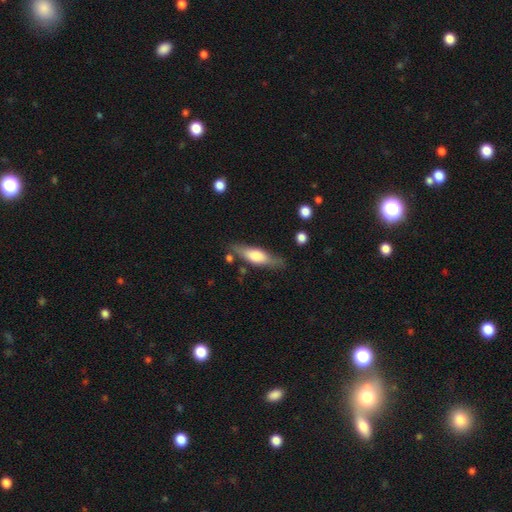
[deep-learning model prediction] This is possibly a smooth galaxy (52%). How rounded: possibly cigar-shaped (55%). Merging: likely none (76%).